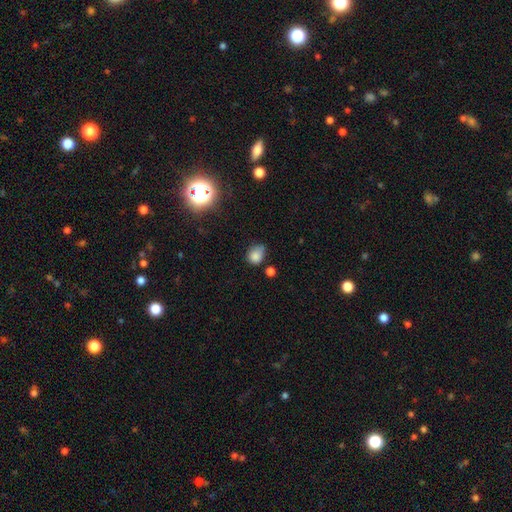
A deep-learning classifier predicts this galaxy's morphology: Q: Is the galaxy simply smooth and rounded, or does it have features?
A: smooth — 80%.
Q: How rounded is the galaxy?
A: in between — 53%.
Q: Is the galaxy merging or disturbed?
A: none — 46%.